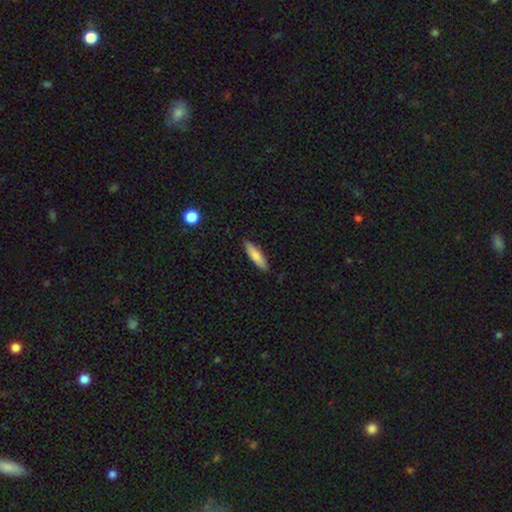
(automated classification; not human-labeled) Morphology: type=smooth (79%); roundness=cigar-shaped (71%); merging=none (88%).